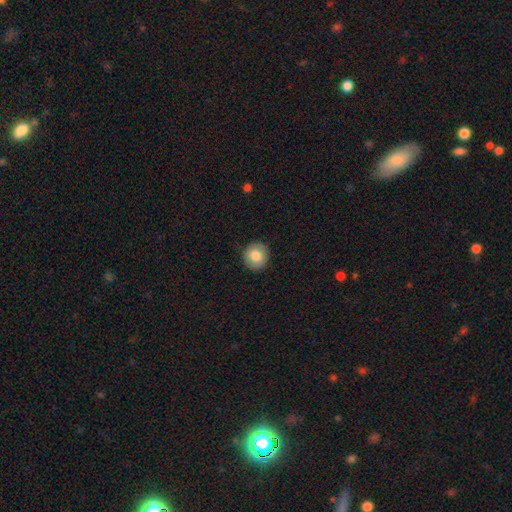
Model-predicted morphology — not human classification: Q: Smooth or featured?
A: smooth (80%); runner-up: featured or disk (12%)
Q: How rounded?
A: round (89%); runner-up: in between (10%)
Q: Merging?
A: none (89%); runner-up: minor disturbance (8%)